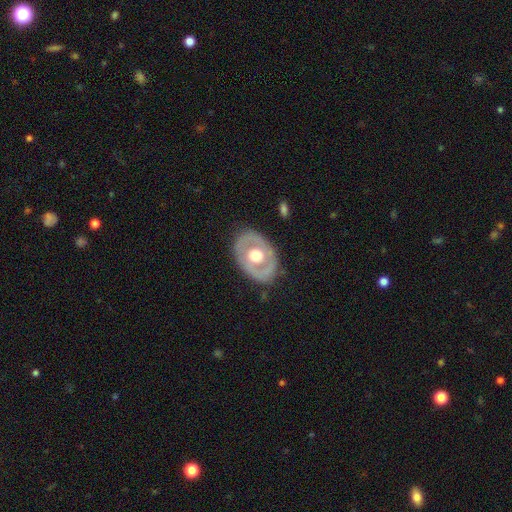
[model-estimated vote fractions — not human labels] Smooth or featured: featured or disk — 58% (smooth — 37%)
Edge-on disk: no — 91% (yes — 9%)
Bar: no — 87% (weak — 10%)
Spiral arms: no — 86% (yes — 14%)
Bulge size: moderate — 60% (large — 34%)
Merging: none — 80% (minor disturbance — 13%)